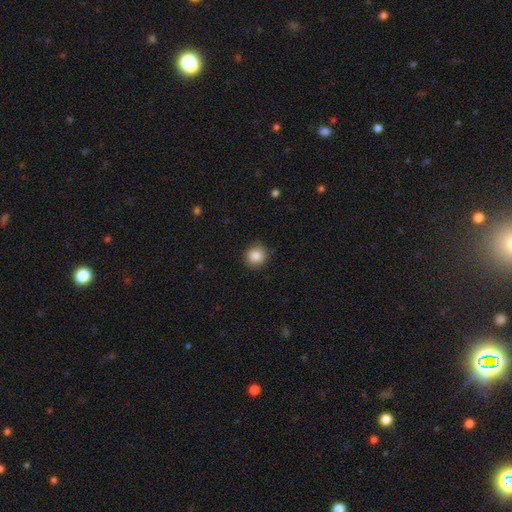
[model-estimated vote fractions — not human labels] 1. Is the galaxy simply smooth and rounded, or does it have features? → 86% smooth, 9% star or artifact, 5% featured or disk.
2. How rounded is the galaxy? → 91% round, 8% in between, 1% cigar-shaped.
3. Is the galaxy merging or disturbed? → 87% none, 10% minor disturbance, 2% major disturbance, 1% merger.